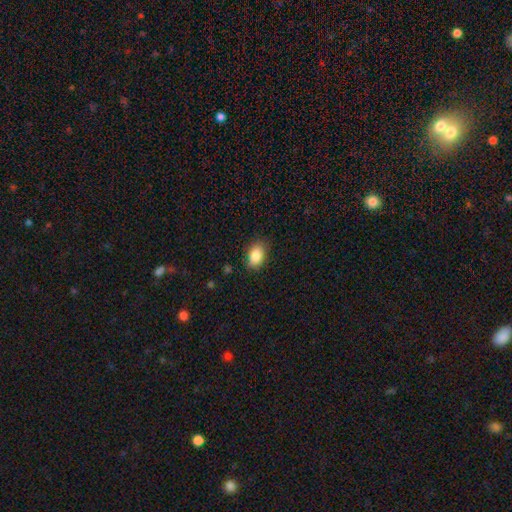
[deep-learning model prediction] The model was most divided on "how rounded": in between: 83%, round: 16%, cigar-shaped: 1%. More confident: smooth or featured — smooth (88%); merging — none (83%).